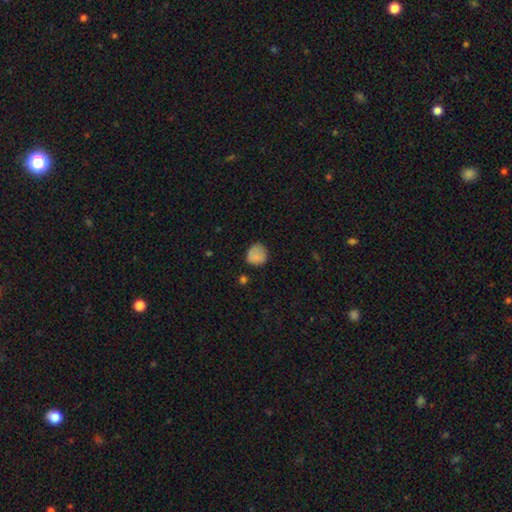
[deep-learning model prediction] A smooth galaxy with no disk features (81%) that is round (81%). Merging: none (70%).